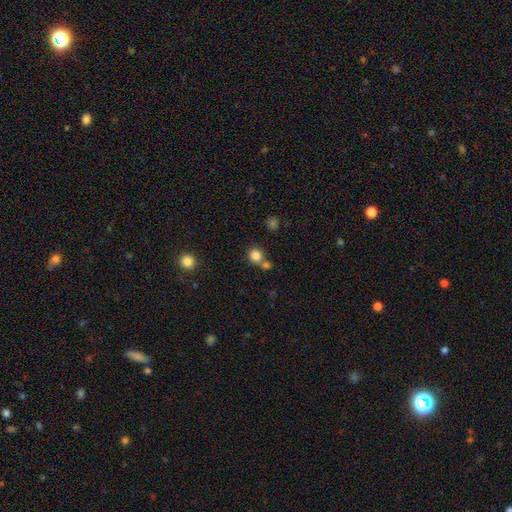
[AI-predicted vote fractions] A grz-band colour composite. It shows a smooth galaxy with no disk features (83%) that is round (86%). Merging: none (60%).